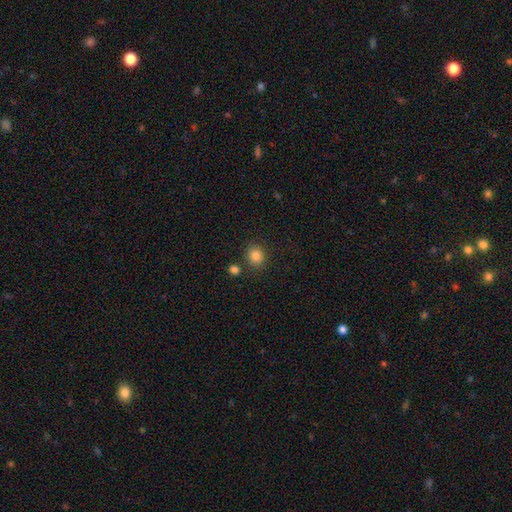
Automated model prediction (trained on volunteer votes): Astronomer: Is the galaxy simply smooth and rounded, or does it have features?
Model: smooth — 84%.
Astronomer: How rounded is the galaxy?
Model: round — 73%.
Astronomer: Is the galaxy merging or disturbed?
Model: none — 80%.